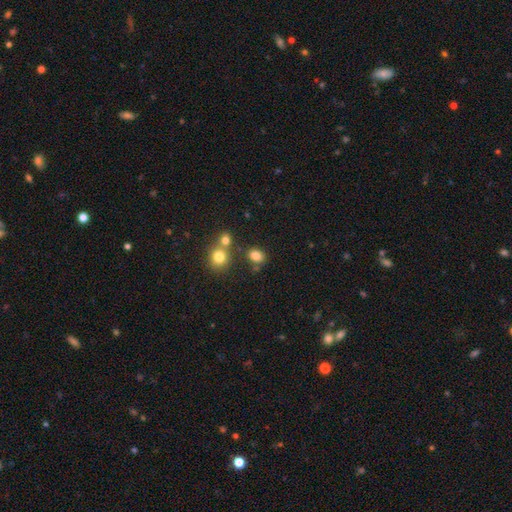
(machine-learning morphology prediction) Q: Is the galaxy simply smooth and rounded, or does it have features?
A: smooth — 82%.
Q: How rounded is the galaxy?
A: in between — 65%.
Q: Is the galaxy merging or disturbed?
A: none — 70%.